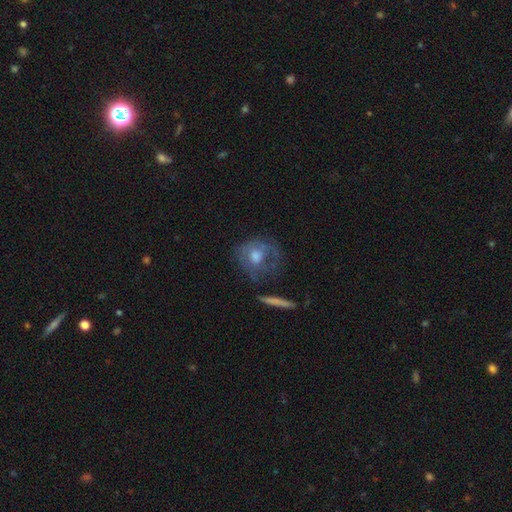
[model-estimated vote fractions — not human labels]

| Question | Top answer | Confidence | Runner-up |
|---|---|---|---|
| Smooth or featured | featured or disk | 45% | tied: smooth (45%) |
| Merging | none | 48% | major disturbance (25%) |